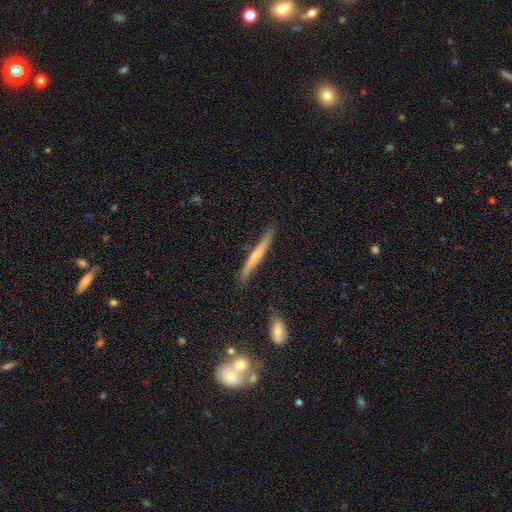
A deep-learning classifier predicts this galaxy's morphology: Smooth or featured? Predicted: smooth (p=0.51). How rounded? Predicted: cigar-shaped (p=0.95). Merging? Predicted: none (p=0.75).